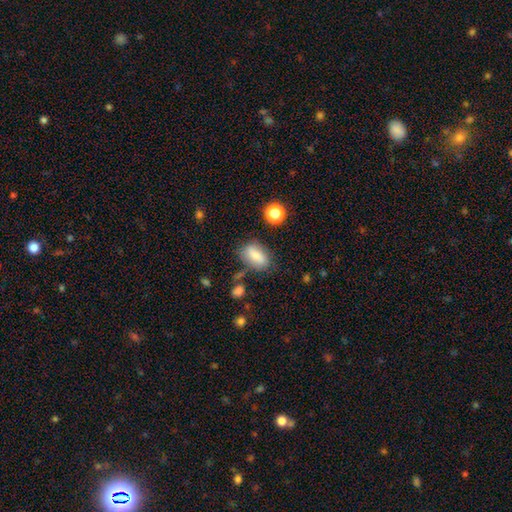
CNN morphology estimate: This is likely a smooth galaxy (77%). How rounded: clearly in between (86%). Merging: likely none (66%).